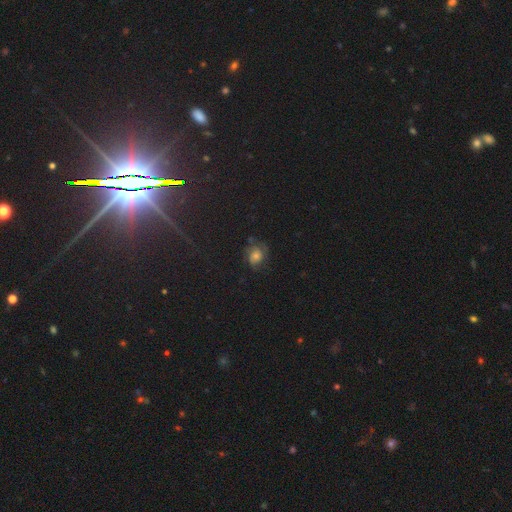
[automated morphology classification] Q: Smooth or featured?
A: featured or disk (39%); runner-up: smooth (34%)
Q: Merging?
A: none (66%); runner-up: minor disturbance (20%)